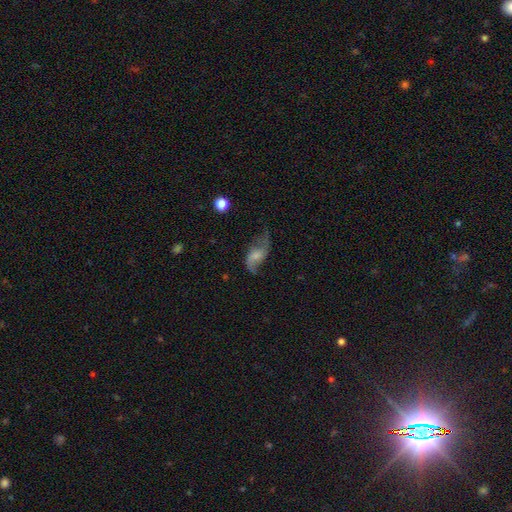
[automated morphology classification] smooth-or-featured: featured or disk: 65% | smooth: 26% | star or artifact: 8%
  disk-edge-on: no: 95% | yes: 5%
    bar: no: 57% | weak: 35% | strong: 8%
    has-spiral-arms: yes: 88% | no: 12%
      spiral-winding: loose: 80% | medium: 16% | tight: 4%
      spiral-arm-count: 2: 86% | 1: 7% | can't tell: 5% | 3: 1% | 4: 1% | more than 4: 1%
    bulge-size: small: 45% | moderate: 33% | none: 15% | large: 6% | dominant: 2%
  merging: none: 48% | major disturbance: 25% | minor disturbance: 24% | merger: 3%